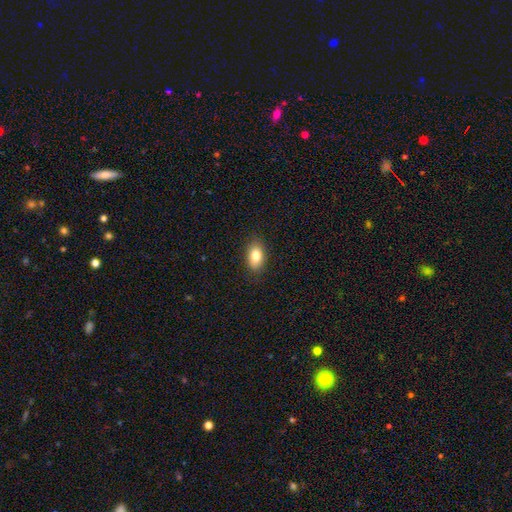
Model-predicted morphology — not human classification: Smooth or featured?
  - smooth: 82% *
  - featured or disk: 10%
  - star or artifact: 8%
How rounded?
  - in between: 89% *
  - round: 9%
  - cigar-shaped: 2%
Merging?
  - none: 87% *
  - minor disturbance: 10%
  - major disturbance: 2%
  - merger: 1%